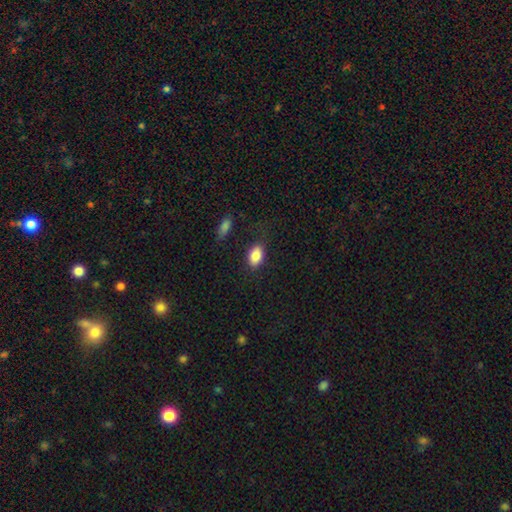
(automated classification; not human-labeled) Q: Smooth or featured?
A: smooth (84%); runner-up: featured or disk (8%)
Q: How rounded?
A: in between (88%); runner-up: round (10%)
Q: Merging?
A: none (78%); runner-up: minor disturbance (15%)